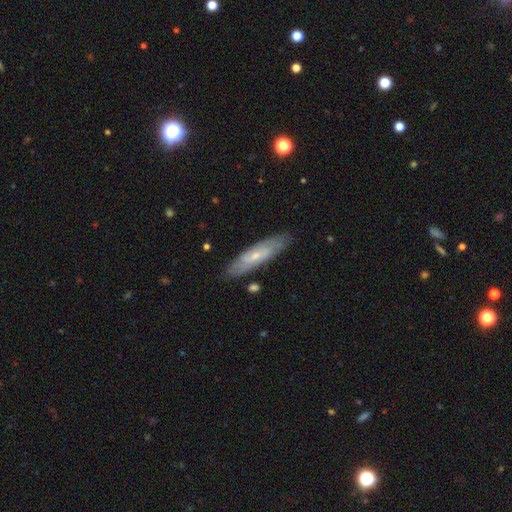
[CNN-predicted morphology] Smooth or featured? Predicted: featured or disk (p=0.55). Edge-on disk? Predicted: no (p=0.62). Merging? Predicted: none (p=0.83).